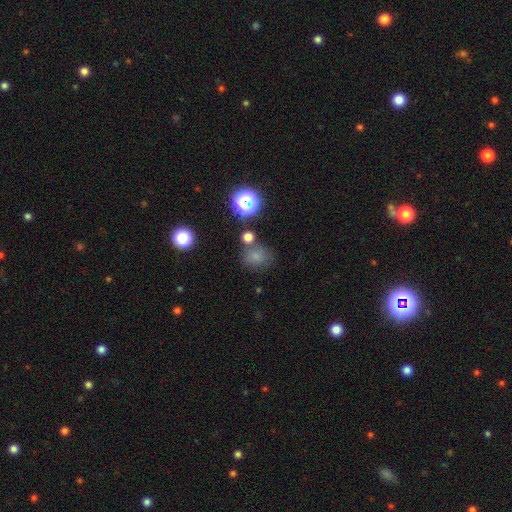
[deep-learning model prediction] smooth 72%, star or artifact 20%, featured or disk 8%. Down the decision tree: how rounded — round (64%); merging — none (64%).